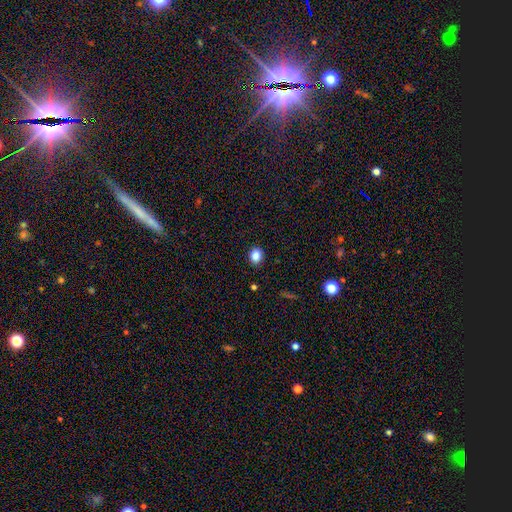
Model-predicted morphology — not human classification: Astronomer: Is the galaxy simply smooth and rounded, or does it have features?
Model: smooth — 86%.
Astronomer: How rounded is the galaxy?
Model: round — 59% (runner-up: in between, 40%).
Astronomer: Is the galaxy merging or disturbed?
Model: none — 89%.